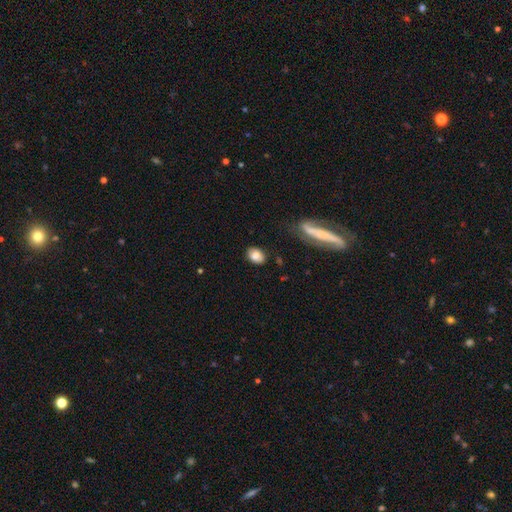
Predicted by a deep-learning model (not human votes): A smooth galaxy with no disk features (81%) that is in between round and cigar-shaped (75%).

Vote fractions:
- Smooth or featured? smooth: 81% / featured or disk: 11% / star or artifact: 8%
- How rounded? in between: 75% / round: 23% / cigar-shaped: 2%
- Merging? none: 82% / minor disturbance: 13% / major disturbance: 3% / merger: 2%